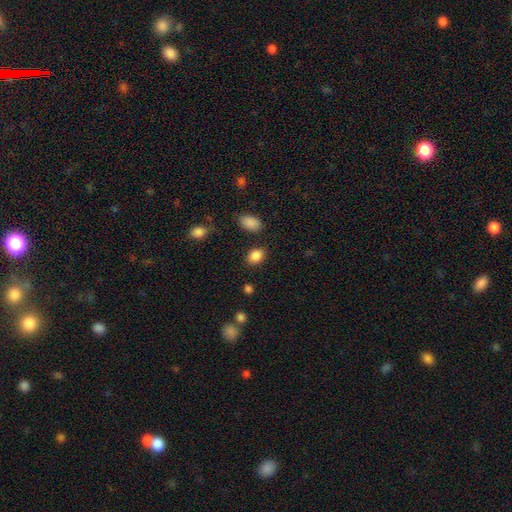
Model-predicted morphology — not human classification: This is clearly a smooth galaxy (87%). How rounded: likely in between (64%). Merging: clearly none (84%).